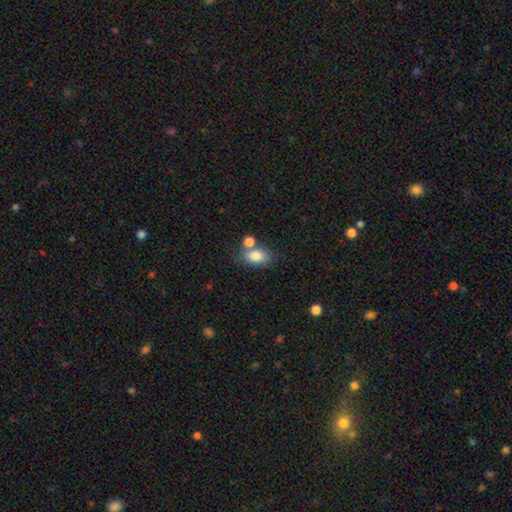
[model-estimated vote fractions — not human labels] This appears to be a smooth galaxy with no disk features (82%) that is in between round and cigar-shaped (84%). Merging: none (55%).